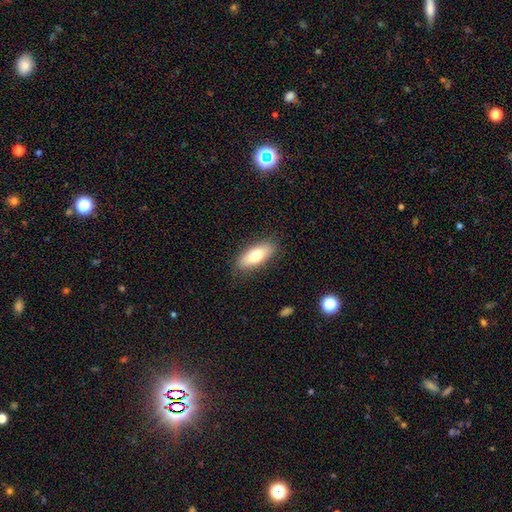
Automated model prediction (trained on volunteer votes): Smooth or featured?
  - smooth: 74% *
  - featured or disk: 19%
  - star or artifact: 7%
How rounded?
  - in between: 77% *
  - cigar-shaped: 21%
  - round: 3%
Merging?
  - none: 84% *
  - minor disturbance: 12%
  - major disturbance: 3%
  - merger: 1%